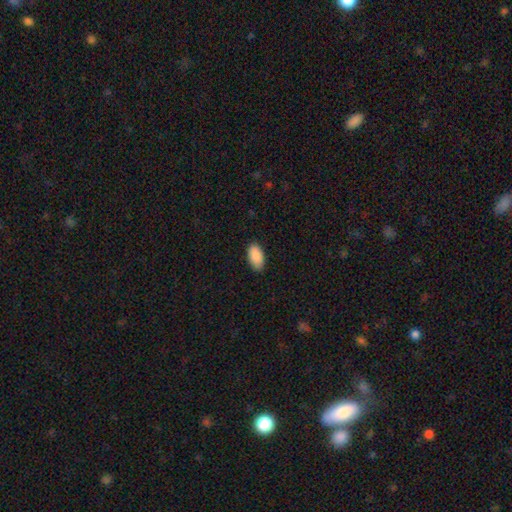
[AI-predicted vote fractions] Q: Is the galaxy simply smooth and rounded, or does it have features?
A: smooth — 90%.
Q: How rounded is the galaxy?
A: in between — 95%.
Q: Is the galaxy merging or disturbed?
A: none — 87%.